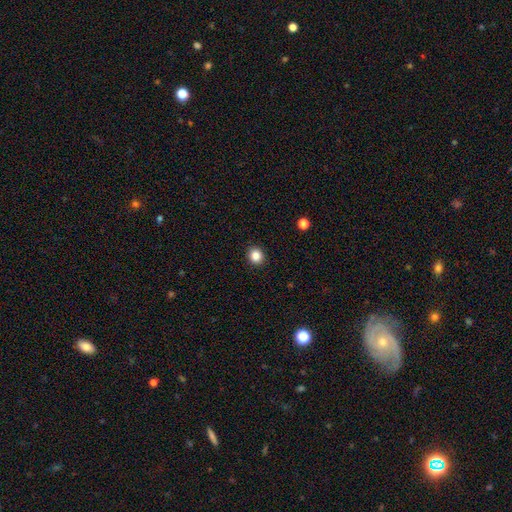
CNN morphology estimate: smooth-or-featured: smooth: 86% | star or artifact: 11% | featured or disk: 4%
  how-rounded: round: 82% | in between: 17% | cigar-shaped: 1%
  merging: none: 92% | minor disturbance: 5% | major disturbance: 2% | merger: 1%